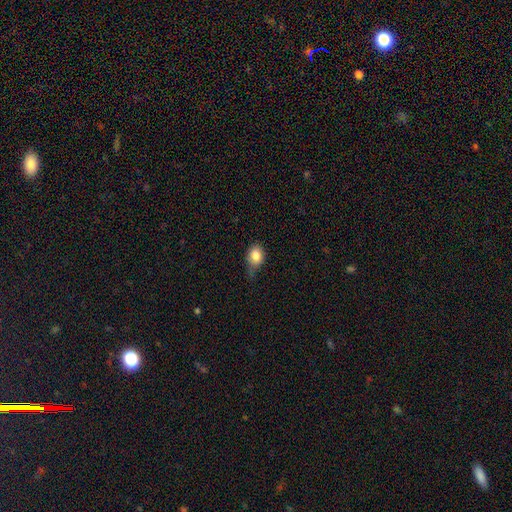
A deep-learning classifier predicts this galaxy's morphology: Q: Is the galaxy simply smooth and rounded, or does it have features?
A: smooth — 83%.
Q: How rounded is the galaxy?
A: in between — 59%.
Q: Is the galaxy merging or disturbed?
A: none — 46%.